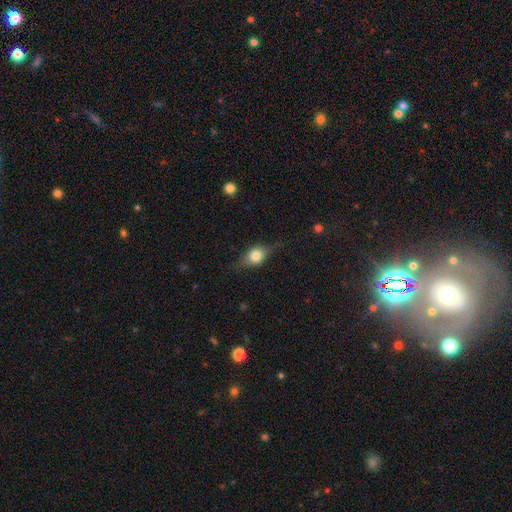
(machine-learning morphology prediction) Overall: smooth (56%; featured or disk 35%). How rounded: in between (56%; round 37%). Merging: none (73%).